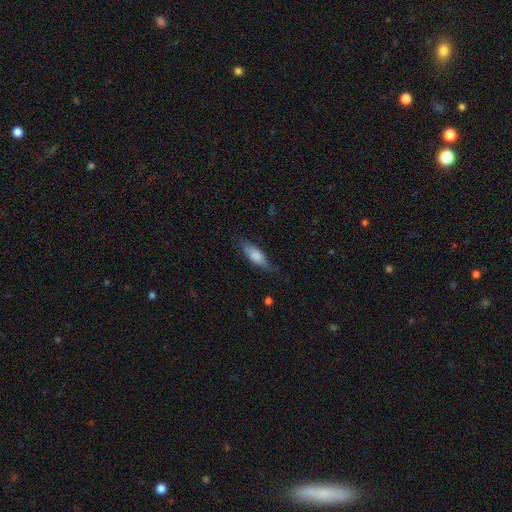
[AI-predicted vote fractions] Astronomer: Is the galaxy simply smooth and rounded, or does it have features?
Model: smooth — 72%.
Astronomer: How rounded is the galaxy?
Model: in between — 64%.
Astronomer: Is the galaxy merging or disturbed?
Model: none — 71%.